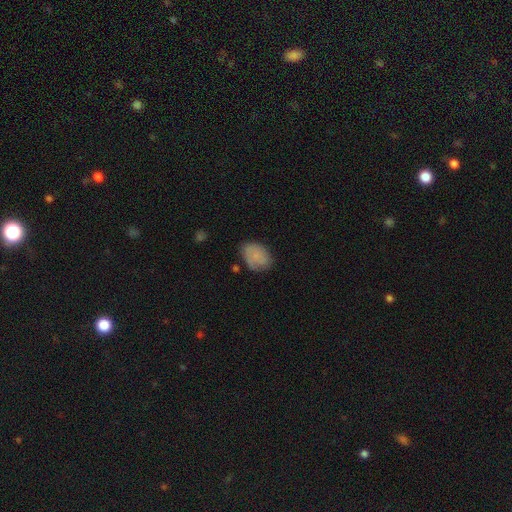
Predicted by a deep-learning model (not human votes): Smooth or featured? Predicted: smooth (p=0.65). How rounded? Predicted: in between (p=0.75). Merging? Predicted: none (p=0.65).